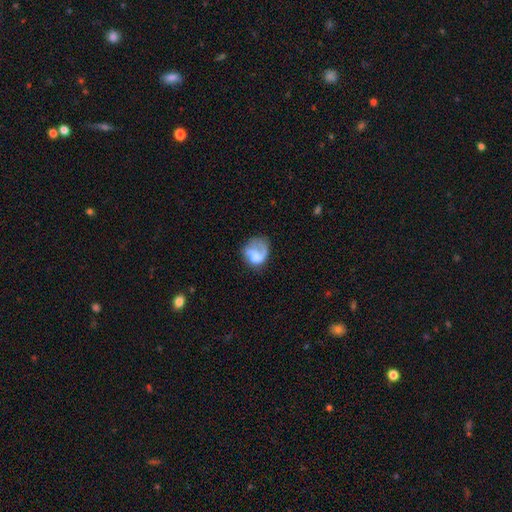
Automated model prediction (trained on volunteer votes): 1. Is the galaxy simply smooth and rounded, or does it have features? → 47% smooth, 44% featured or disk, 8% star or artifact.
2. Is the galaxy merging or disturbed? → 37% none, 35% major disturbance, 24% minor disturbance, 4% merger.